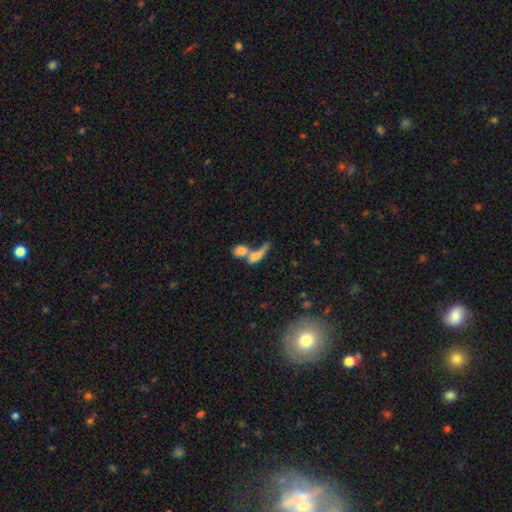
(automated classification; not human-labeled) Overall: smooth (61%; featured or disk 28%). How rounded: in between (52%; cigar-shaped 34%). Merging: merger (61%).